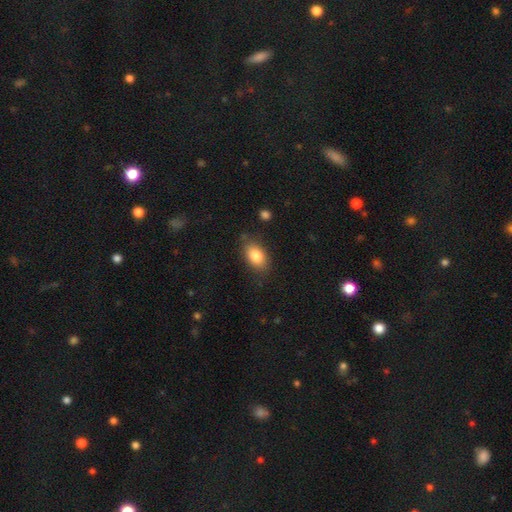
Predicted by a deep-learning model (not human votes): Morphology: type=smooth (83%); roundness=in between (88%); merging=none (79%).